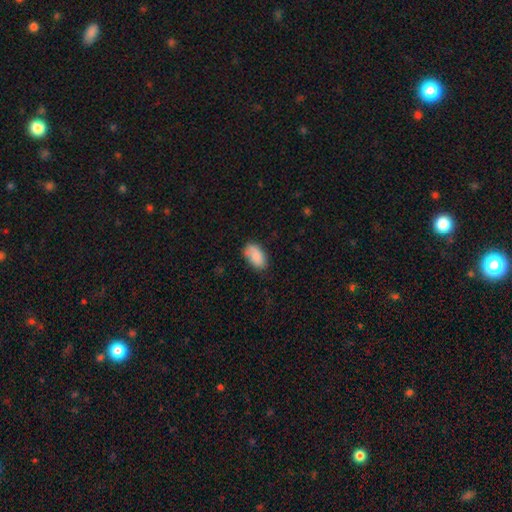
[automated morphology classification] This appears to be a smooth galaxy with no disk features (84%) that is in between round and cigar-shaped (93%). Merging: none (70%).